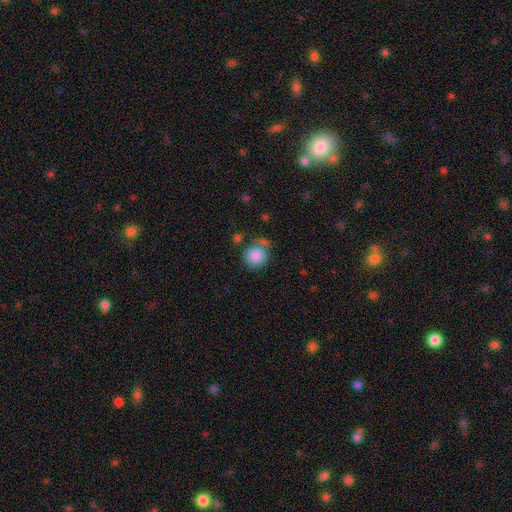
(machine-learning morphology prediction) Smooth or featured?
  - smooth: 87% *
  - star or artifact: 8%
  - featured or disk: 5%
How rounded?
  - round: 87% *
  - in between: 12%
  - cigar-shaped: 1%
Merging?
  - none: 63% *
  - minor disturbance: 18%
  - merger: 12%
  - major disturbance: 7%